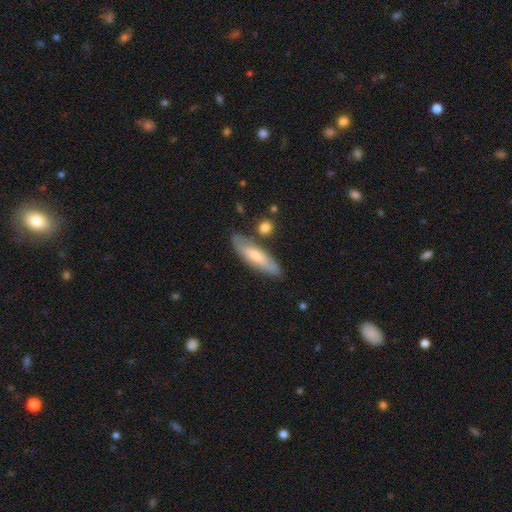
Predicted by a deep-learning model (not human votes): smooth-or-featured: smooth: 52% | featured or disk: 41% | star or artifact: 6%
  how-rounded: cigar-shaped: 64% | in between: 34% | round: 2%
  merging: none: 75% | minor disturbance: 15% | merger: 6% | major disturbance: 3%